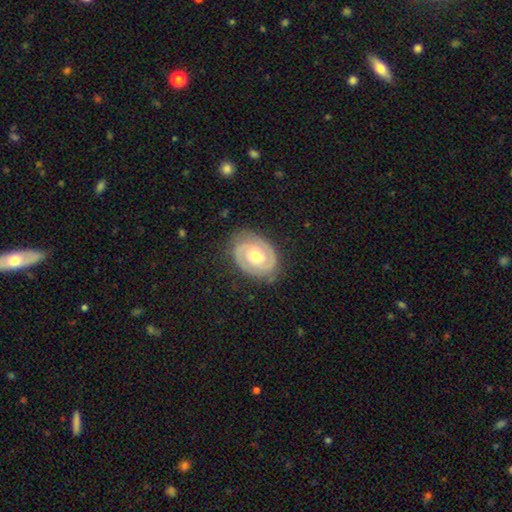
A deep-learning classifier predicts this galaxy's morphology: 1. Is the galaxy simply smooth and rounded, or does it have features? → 83% featured or disk, 13% smooth, 5% star or artifact.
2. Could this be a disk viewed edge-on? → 97% no, 3% yes.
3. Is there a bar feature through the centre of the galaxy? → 59% no, 32% weak, 8% strong.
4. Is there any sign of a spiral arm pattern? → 91% yes, 9% no.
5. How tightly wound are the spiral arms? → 65% tight, 28% medium, 7% loose.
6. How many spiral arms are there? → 81% 2, 9% can't tell, 4% 1, 4% 3, 1% 4, 1% more than 4.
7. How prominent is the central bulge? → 74% moderate, 17% small, 7% large, 1% none, 1% dominant.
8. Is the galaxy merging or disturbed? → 80% none, 14% minor disturbance, 4% major disturbance, 1% merger.